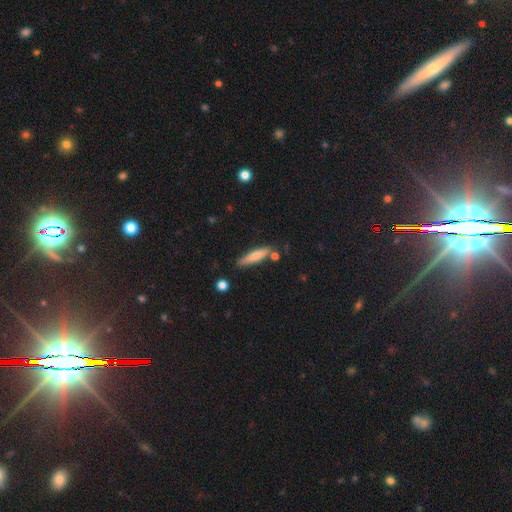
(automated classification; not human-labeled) Q: Smooth or featured?
A: smooth (74%); runner-up: featured or disk (20%)
Q: How rounded?
A: cigar-shaped (83%); runner-up: in between (16%)
Q: Merging?
A: none (77%); runner-up: minor disturbance (14%)